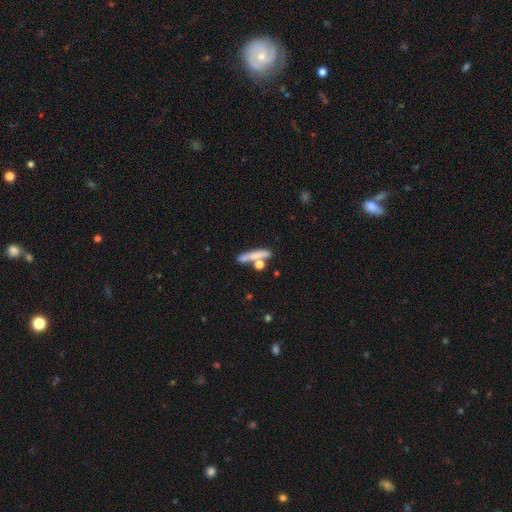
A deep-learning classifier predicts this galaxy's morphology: This is likely a smooth galaxy (68%). How rounded: likely cigar-shaped (75%). Merging: possibly none (60%).